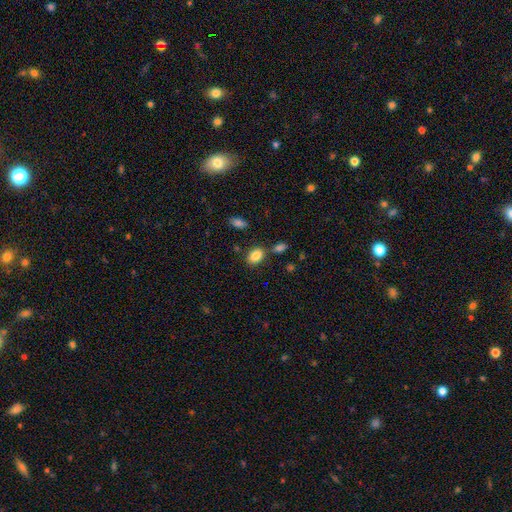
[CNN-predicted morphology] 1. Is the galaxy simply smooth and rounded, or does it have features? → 86% smooth, 9% star or artifact, 5% featured or disk.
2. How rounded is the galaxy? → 82% in between, 16% round, 1% cigar-shaped.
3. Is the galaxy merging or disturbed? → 71% none, 13% minor disturbance, 12% merger, 4% major disturbance.